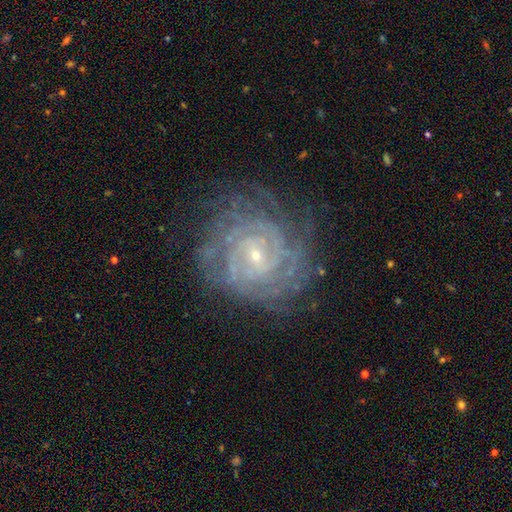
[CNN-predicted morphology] smooth-or-featured: featured or disk: 88% | star or artifact: 6% | smooth: 6%
  disk-edge-on: no: 97% | yes: 3%
    bar: no: 48% | weak: 39% | strong: 13%
    has-spiral-arms: yes: 96% | no: 4%
      spiral-winding: tight: 80% | medium: 17% | loose: 3%
      spiral-arm-count: can't tell: 33% | 4: 19% | 2: 15% | 3: 13% | more than 4: 13% | 1: 7%
    bulge-size: small: 82% | moderate: 14% | none: 2% | large: 1% | dominant: 1%
  merging: none: 76% | minor disturbance: 16% | major disturbance: 7% | merger: 1%